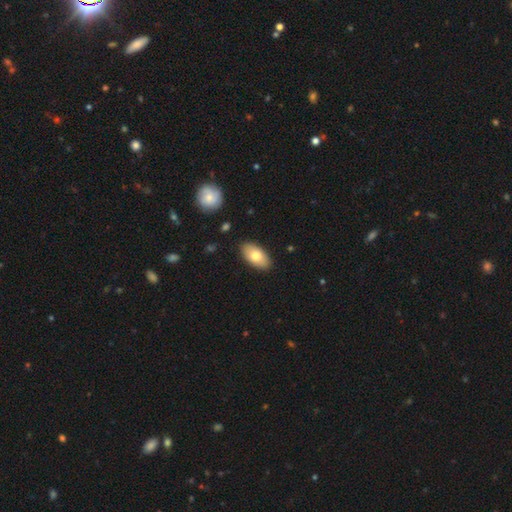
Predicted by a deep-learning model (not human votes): smooth-or-featured: smooth: 74% | featured or disk: 20% | star or artifact: 6%
  how-rounded: in between: 94% | round: 3% | cigar-shaped: 3%
  merging: none: 88% | minor disturbance: 9% | major disturbance: 2% | merger: 1%